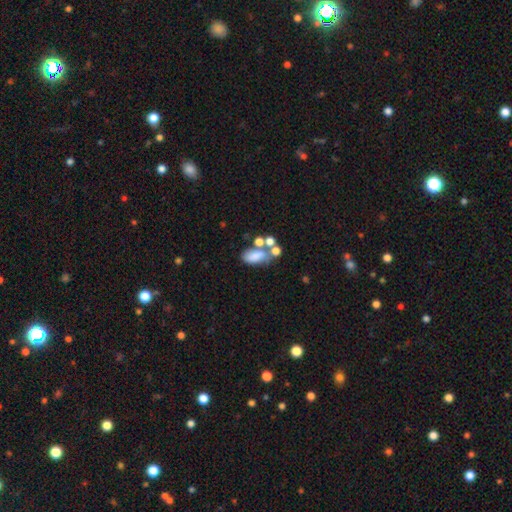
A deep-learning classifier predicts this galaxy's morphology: Smooth or featured: smooth — 69% (featured or disk — 18%)
How rounded: in between — 86% (round — 9%)
Merging: merger — 40% (none — 34%)